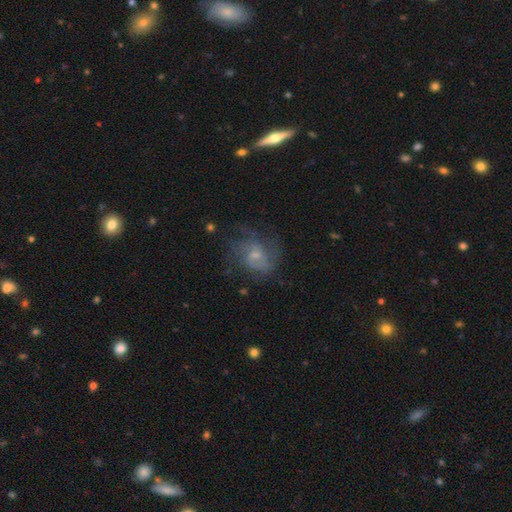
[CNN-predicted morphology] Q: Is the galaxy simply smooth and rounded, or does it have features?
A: featured or disk — 62%.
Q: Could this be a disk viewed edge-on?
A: no — 97%.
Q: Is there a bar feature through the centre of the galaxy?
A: no — 61%.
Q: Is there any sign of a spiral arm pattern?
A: yes — 79%.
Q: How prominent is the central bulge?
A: small — 49%.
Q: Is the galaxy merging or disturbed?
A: none — 58%.